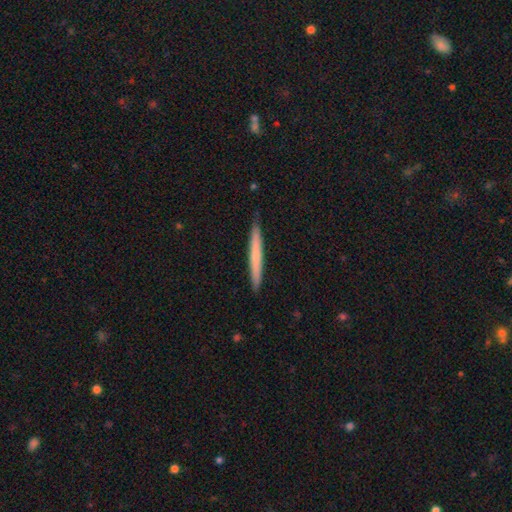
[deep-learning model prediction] Morphology: type=smooth (62%); roundness=cigar-shaped (97%); merging=none (90%).